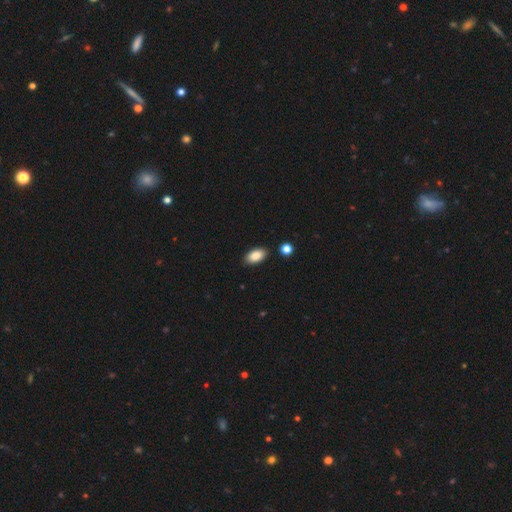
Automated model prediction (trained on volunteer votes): Smooth or featured? smooth (86%)
How rounded? in between (93%)
Merging? none (87%)